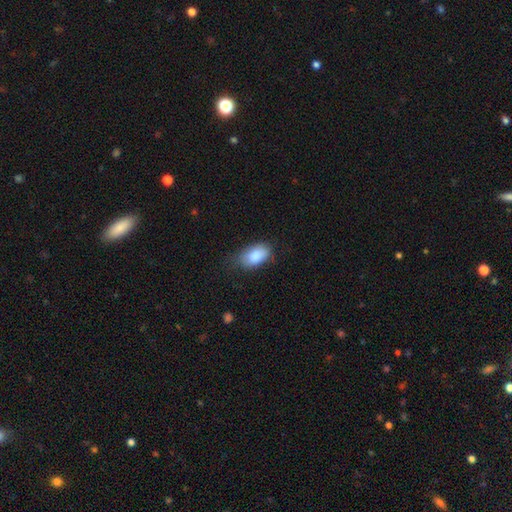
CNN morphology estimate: type=smooth (87%); roundness=in between (93%); merging=none (64%).